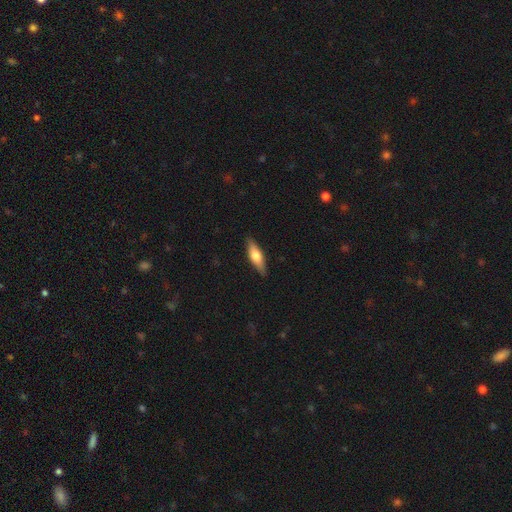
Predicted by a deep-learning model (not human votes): smooth-or-featured: smooth: 59% | featured or disk: 36% | star or artifact: 5%
  how-rounded: cigar-shaped: 55% | in between: 42% | round: 2%
  merging: none: 88% | minor disturbance: 10% | major disturbance: 2% | merger: 1%